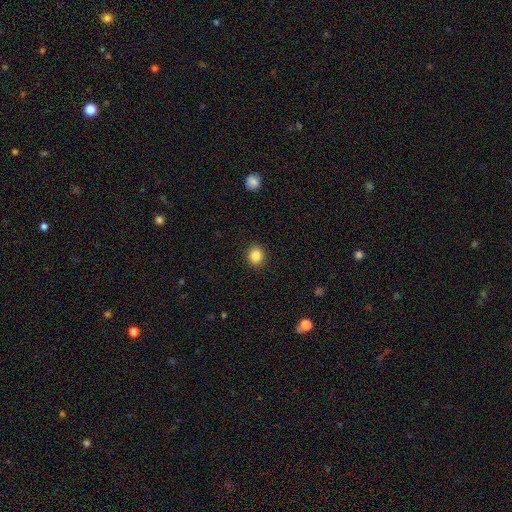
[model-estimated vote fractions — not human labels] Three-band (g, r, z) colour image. It shows a smooth galaxy with no disk features (86%) that is round (86%). Merging: none (91%).